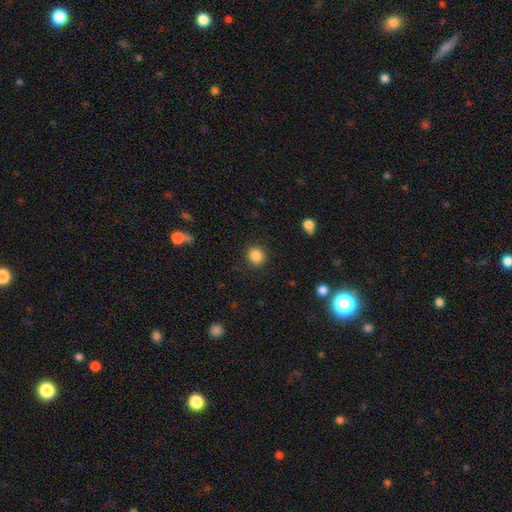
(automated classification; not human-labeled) A smooth galaxy with no disk features (86%) that is round (90%). Merging: none (91%).